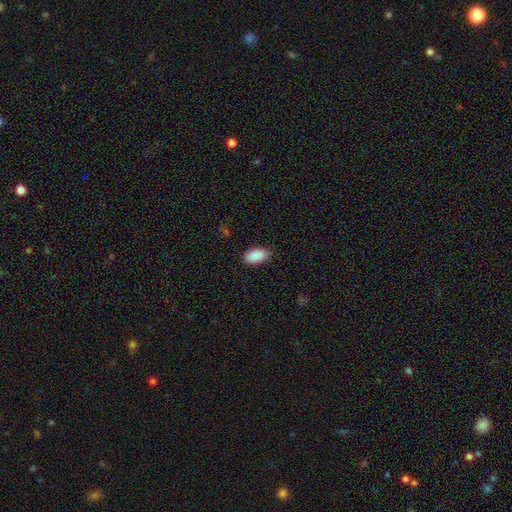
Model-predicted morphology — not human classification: Smooth or featured? smooth (91%)
How rounded? in between (95%)
Merging? none (82%)